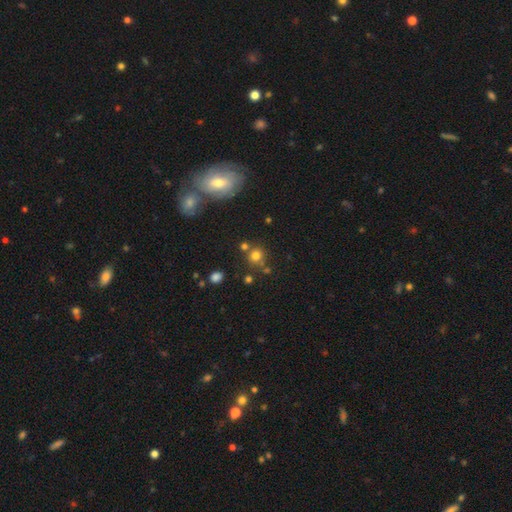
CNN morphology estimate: smooth-or-featured: smooth: 74% | star or artifact: 17% | featured or disk: 8%
  how-rounded: round: 89% | in between: 10% | cigar-shaped: 1%
  merging: none: 70% | merger: 17% | minor disturbance: 9% | major disturbance: 4%